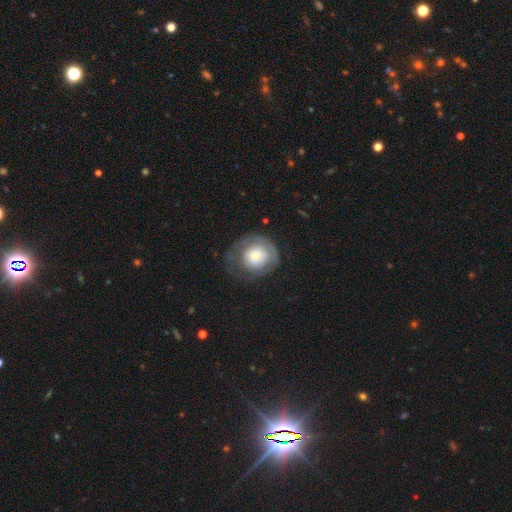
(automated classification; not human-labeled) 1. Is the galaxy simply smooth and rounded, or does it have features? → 54% smooth, 39% featured or disk, 7% star or artifact.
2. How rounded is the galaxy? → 83% round, 16% in between, 1% cigar-shaped.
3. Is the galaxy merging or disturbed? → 56% none, 23% minor disturbance, 19% major disturbance, 2% merger.